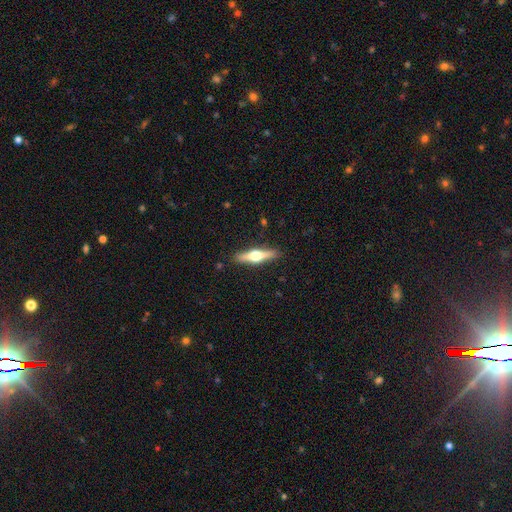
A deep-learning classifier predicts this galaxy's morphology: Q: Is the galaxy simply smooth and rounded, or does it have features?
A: featured or disk — 63%.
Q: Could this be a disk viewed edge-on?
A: yes — 96%.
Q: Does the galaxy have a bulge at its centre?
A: rounded — 96%.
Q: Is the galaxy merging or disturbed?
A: none — 90%.